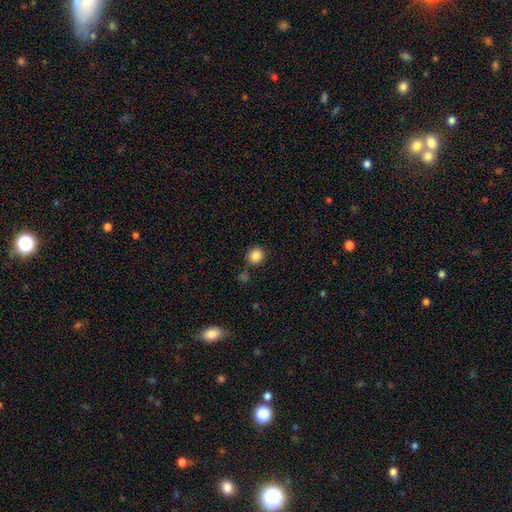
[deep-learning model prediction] This appears to be a smooth galaxy with no disk features (86%) that is round (88%). Merging: none (80%).